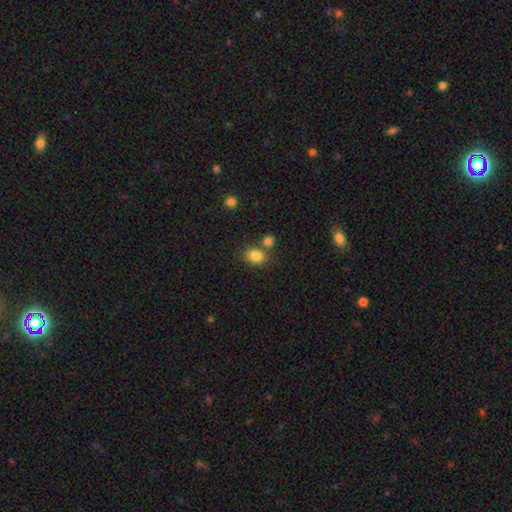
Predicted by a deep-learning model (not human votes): Overall: smooth (83%). How rounded: in between (55%; round 44%). Merging: none (63%).